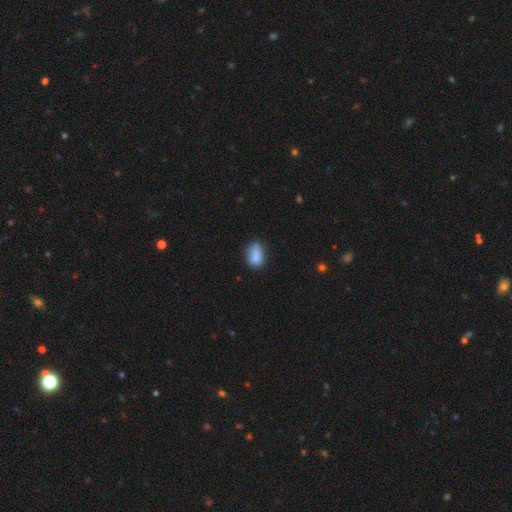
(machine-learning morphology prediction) Smooth or featured? Predicted: smooth (p=0.83). How rounded? Predicted: in between (p=0.83). Merging? Predicted: none (p=0.54).